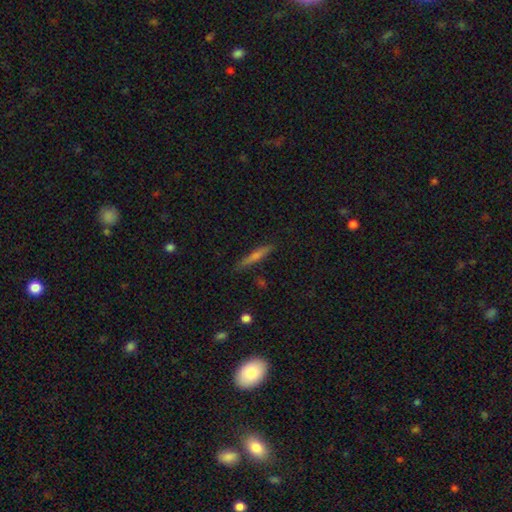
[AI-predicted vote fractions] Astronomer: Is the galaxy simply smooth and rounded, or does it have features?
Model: smooth — 46% (runner-up: featured or disk, 45%).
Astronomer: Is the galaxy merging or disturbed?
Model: none — 87%.